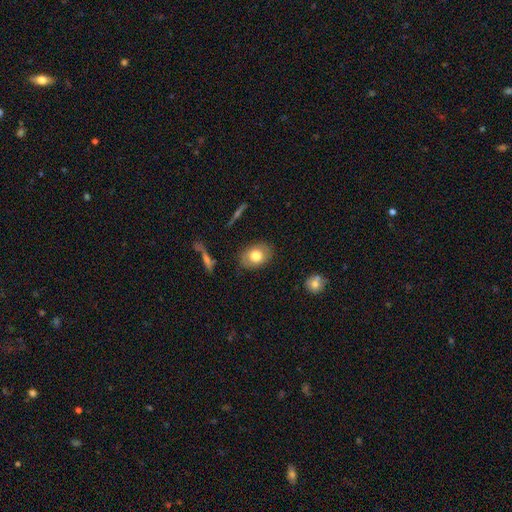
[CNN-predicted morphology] smooth_or_featured: smooth (p=0.76) [alt: featured or disk p=0.16]
how_rounded: in between (p=0.72) [alt: round p=0.27]
merging: none (p=0.84) [alt: minor disturbance p=0.12]